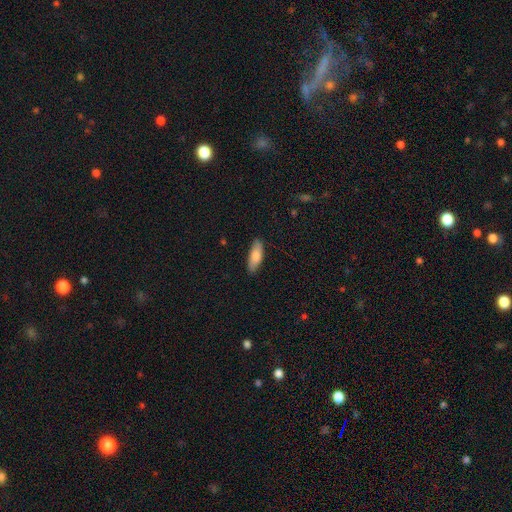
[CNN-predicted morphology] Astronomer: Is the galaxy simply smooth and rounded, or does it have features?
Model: smooth — 79%.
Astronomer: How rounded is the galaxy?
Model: in between — 63%.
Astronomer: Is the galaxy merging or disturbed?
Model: none — 85%.